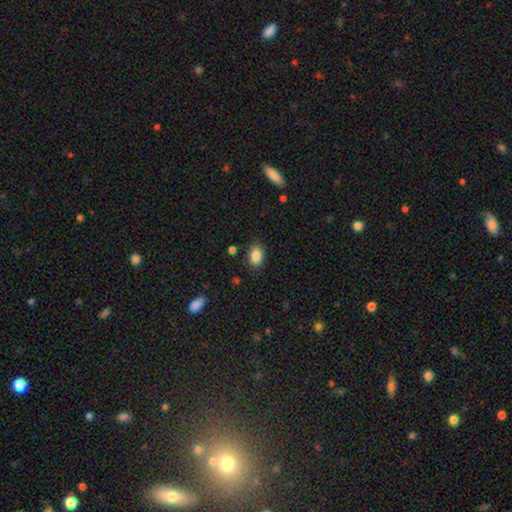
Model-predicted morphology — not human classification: Smooth or featured?
  - smooth: 86% *
  - star or artifact: 8%
  - featured or disk: 5%
How rounded?
  - in between: 82% *
  - round: 17%
  - cigar-shaped: 1%
Merging?
  - none: 84% *
  - minor disturbance: 12%
  - major disturbance: 3%
  - merger: 2%